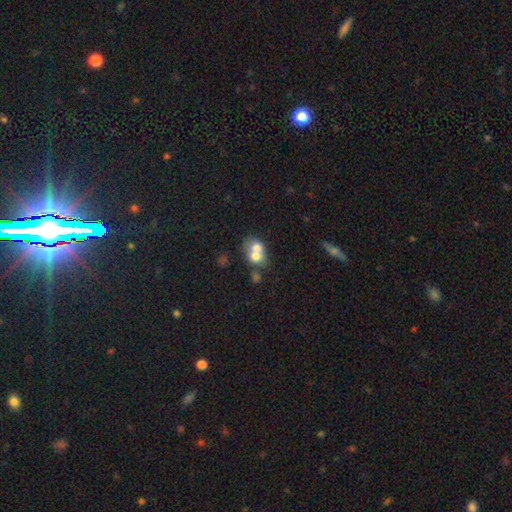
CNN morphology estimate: The model was most divided on "how rounded": round: 57%, in between: 42%, cigar-shaped: 1%. More confident: merging — merger (70%); smooth or featured — smooth (65%).